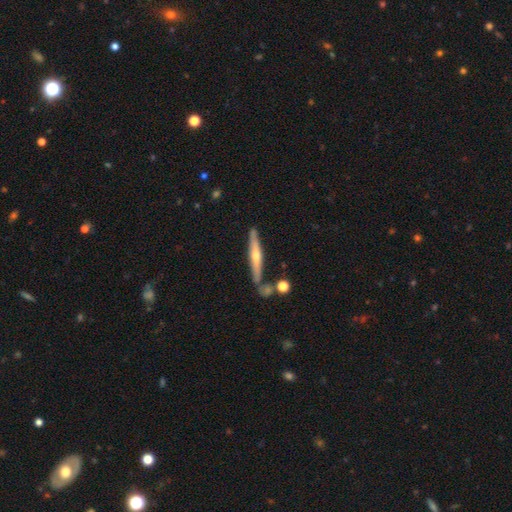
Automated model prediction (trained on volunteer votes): Smooth or featured: featured or disk — 68% (smooth — 26%)
Edge-on disk: yes — 95% (no — 5%)
Edge-on bulge: rounded — 83% (none — 12%)
Merging: none — 78% (minor disturbance — 12%)